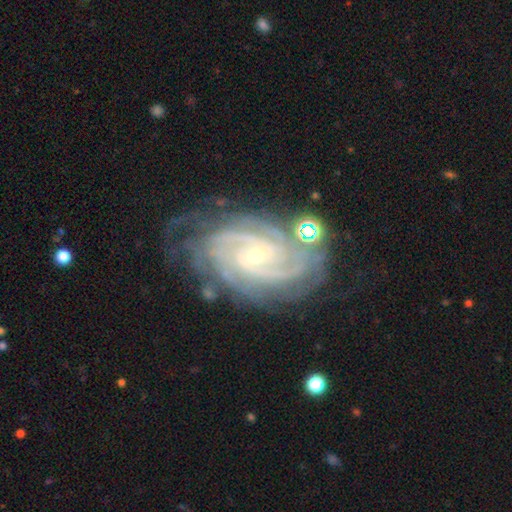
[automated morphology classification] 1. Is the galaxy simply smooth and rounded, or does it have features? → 92% featured or disk, 5% star or artifact, 3% smooth.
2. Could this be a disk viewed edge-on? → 97% no, 3% yes.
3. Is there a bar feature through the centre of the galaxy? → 42% weak (tied), 42% no (tied), 16% strong.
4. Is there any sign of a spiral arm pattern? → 98% yes, 2% no.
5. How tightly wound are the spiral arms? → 75% tight, 22% medium, 3% loose.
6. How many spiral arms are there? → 27% 4, 20% 3, 19% can't tell, 16% 2, 12% more than 4, 7% 1.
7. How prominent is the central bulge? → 78% small, 18% moderate, 2% none, 1% large, 1% dominant.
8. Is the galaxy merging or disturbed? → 69% none, 19% minor disturbance, 7% major disturbance, 4% merger.